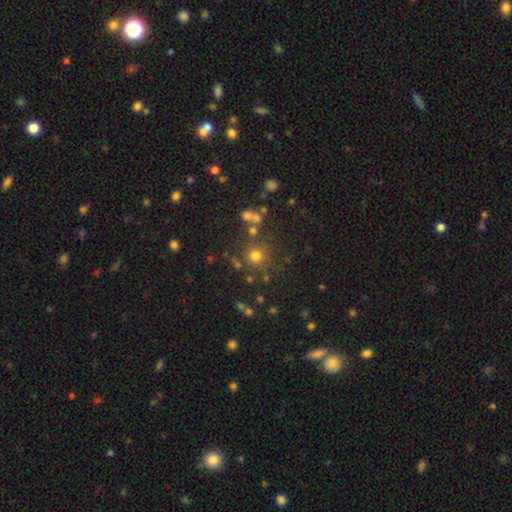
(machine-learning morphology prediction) A smooth galaxy with no disk features (71%) that is round (93%). Merging: none (76%).